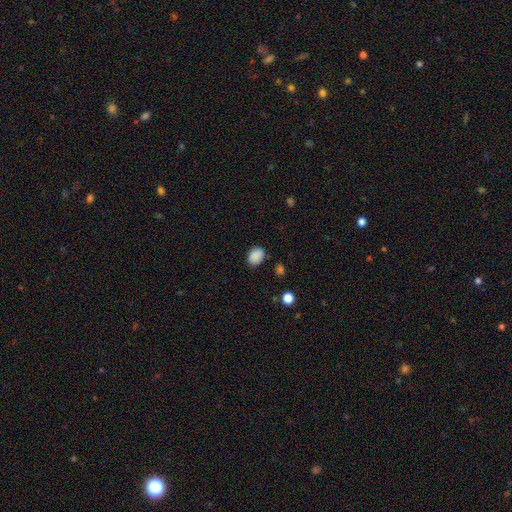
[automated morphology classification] This is clearly a smooth galaxy (88%). How rounded: likely in between (66%). Merging: likely none (78%).